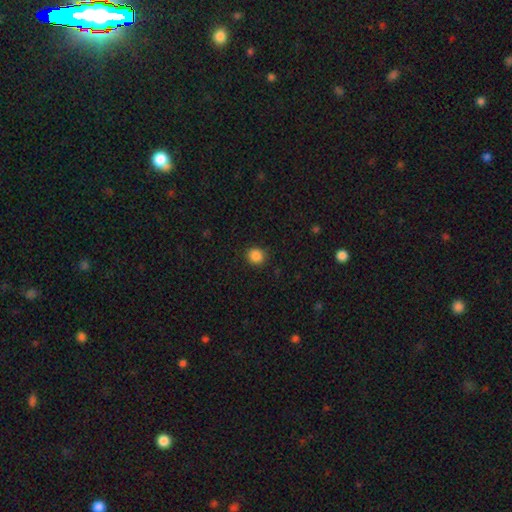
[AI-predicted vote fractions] This is clearly a smooth galaxy (87%). How rounded: clearly round (85%). Merging: clearly none (90%).